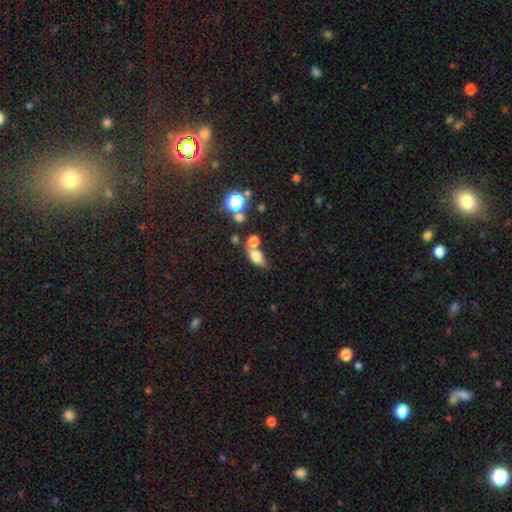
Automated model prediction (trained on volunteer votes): Smooth or featured?
  - smooth: 69% *
  - featured or disk: 17%
  - star or artifact: 13%
How rounded?
  - in between: 72% *
  - round: 18%
  - cigar-shaped: 10%
Merging?
  - none: 48% *
  - merger: 29%
  - minor disturbance: 16%
  - major disturbance: 7%